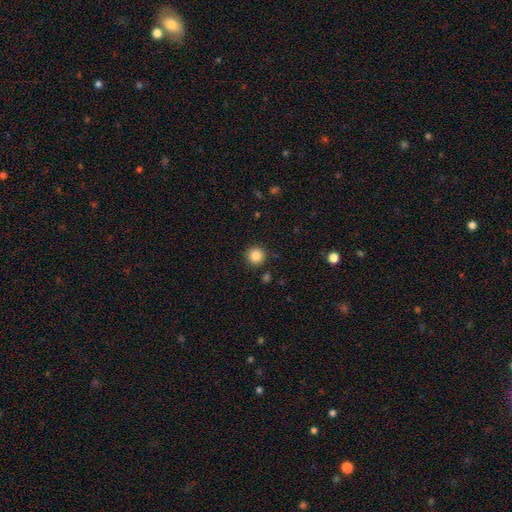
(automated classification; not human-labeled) smooth_or_featured: smooth (p=0.85) [alt: star or artifact p=0.11]
how_rounded: round (p=0.95) [alt: in between p=0.04]
merging: none (p=0.90) [alt: minor disturbance p=0.06]